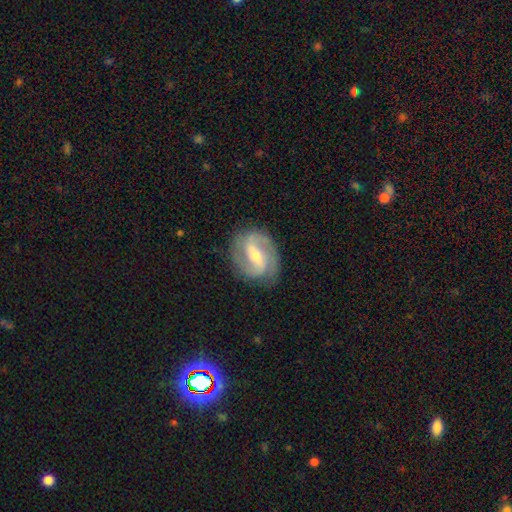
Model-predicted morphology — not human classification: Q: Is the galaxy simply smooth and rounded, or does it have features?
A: featured or disk — 86%.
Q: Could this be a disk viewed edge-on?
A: no — 97%.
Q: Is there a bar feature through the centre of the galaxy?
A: strong — 49%.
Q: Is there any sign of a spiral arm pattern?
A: yes — 95%.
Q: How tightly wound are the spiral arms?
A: medium — 50%.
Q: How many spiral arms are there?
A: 2 — 89%.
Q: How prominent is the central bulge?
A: moderate — 52%.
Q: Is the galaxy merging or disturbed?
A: none — 83%.